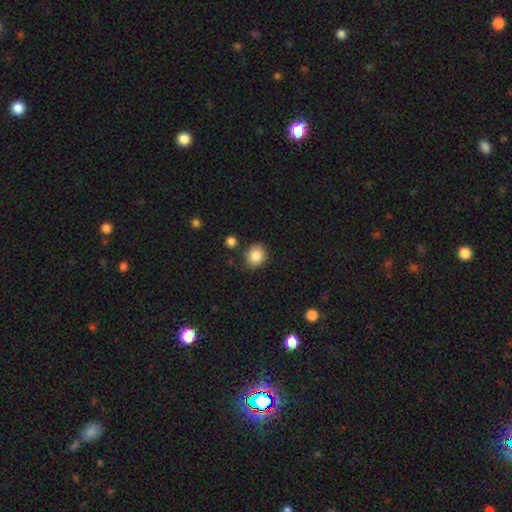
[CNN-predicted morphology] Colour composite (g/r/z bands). It shows a smooth galaxy with no disk features (85%) that is round (75%). Merging: none (83%).